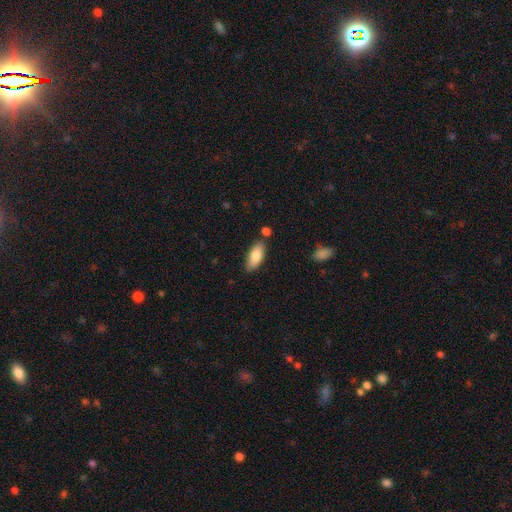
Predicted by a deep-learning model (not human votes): A smooth galaxy with no disk features (81%) that is in between round and cigar-shaped (82%). Merging: none (79%).